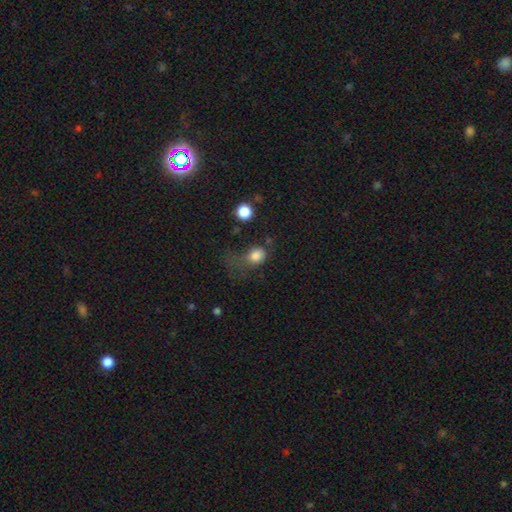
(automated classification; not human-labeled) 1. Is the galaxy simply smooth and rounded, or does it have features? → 80% smooth, 12% star or artifact, 8% featured or disk.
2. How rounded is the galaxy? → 55% round, 43% in between, 2% cigar-shaped.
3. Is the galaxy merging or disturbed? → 39% major disturbance, 31% none, 24% minor disturbance, 6% merger.